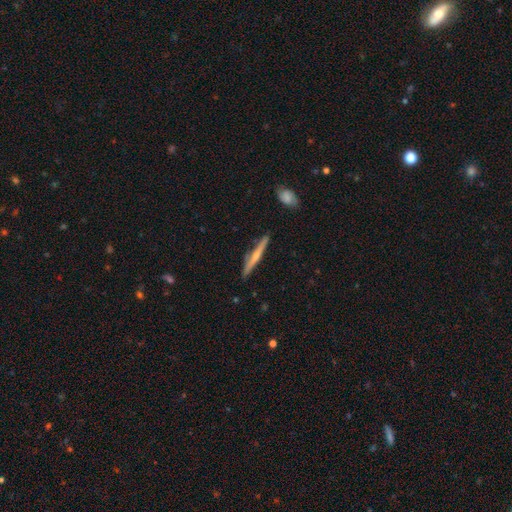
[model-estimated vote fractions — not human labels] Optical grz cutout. It shows a featured or disk galaxy (57%) viewed edge-on (97%) with a rounded central bulge (61%). Merging: none (87%).